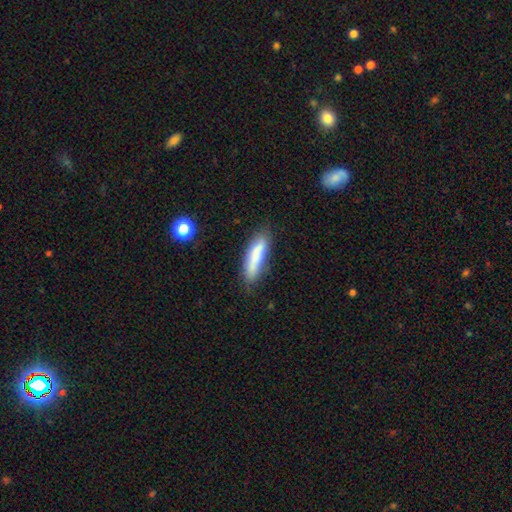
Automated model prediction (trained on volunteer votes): A smooth galaxy with no disk features (78%) that is cigar-shaped (72%).

Vote fractions:
- Smooth or featured? smooth: 78% / featured or disk: 15% / star or artifact: 7%
- How rounded? cigar-shaped: 72% / in between: 26% / round: 2%
- Merging? none: 72% / minor disturbance: 20% / major disturbance: 5% / merger: 4%